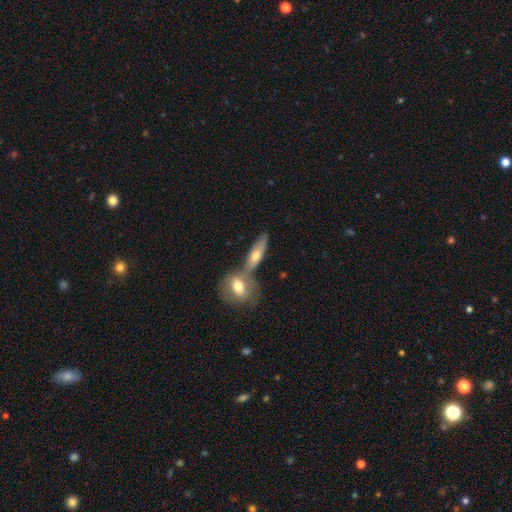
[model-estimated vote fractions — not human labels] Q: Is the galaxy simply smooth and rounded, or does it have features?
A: smooth — 58%.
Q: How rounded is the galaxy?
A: in between — 49%.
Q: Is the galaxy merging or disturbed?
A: none — 42%, tied with merger.